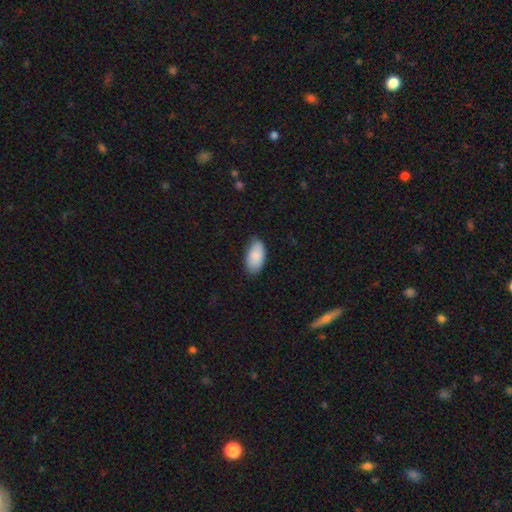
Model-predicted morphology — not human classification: Smooth or featured? smooth (85%)
How rounded? in between (95%)
Merging? none (76%)